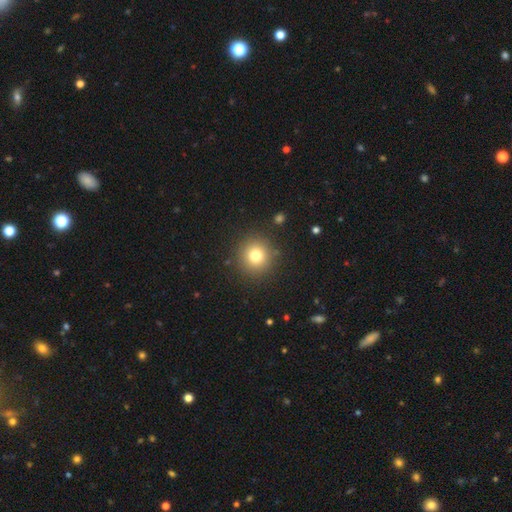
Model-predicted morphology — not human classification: This appears to be a smooth galaxy with no disk features (77%) that is round (94%). Merging: none (90%).